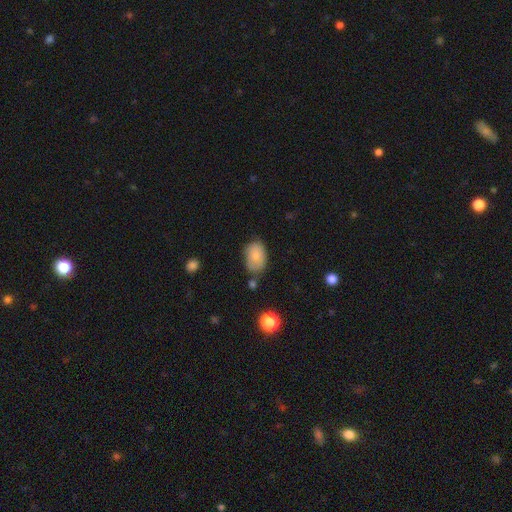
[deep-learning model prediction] Smooth or featured? Predicted: smooth (p=0.79). How rounded? Predicted: in between (p=0.87). Merging? Predicted: none (p=0.63).